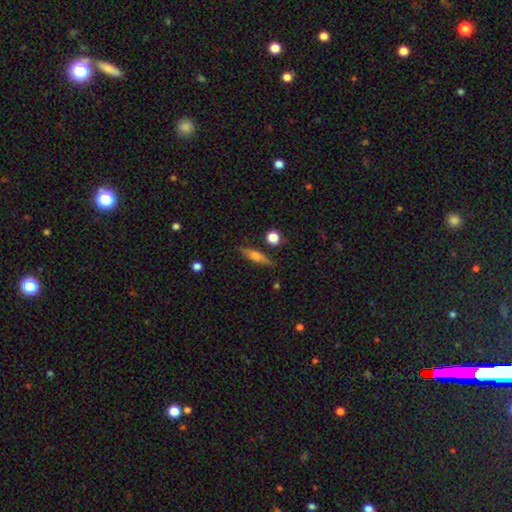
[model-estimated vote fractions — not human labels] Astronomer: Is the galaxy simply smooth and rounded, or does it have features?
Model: featured or disk — 46% (runner-up: smooth, 45%).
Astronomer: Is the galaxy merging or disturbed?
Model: none — 84%.